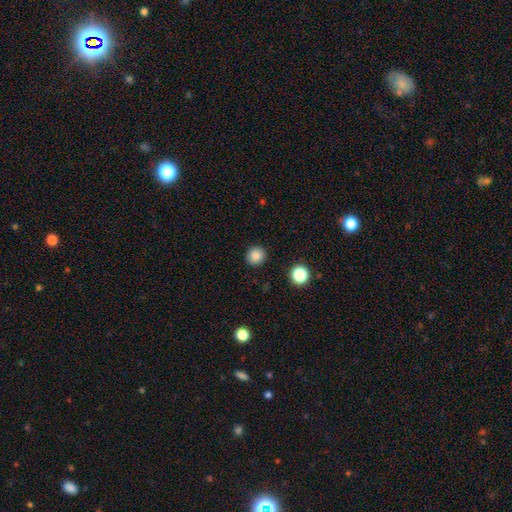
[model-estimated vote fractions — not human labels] This is clearly a smooth galaxy (85%). How rounded: clearly round (92%). Merging: clearly none (92%).